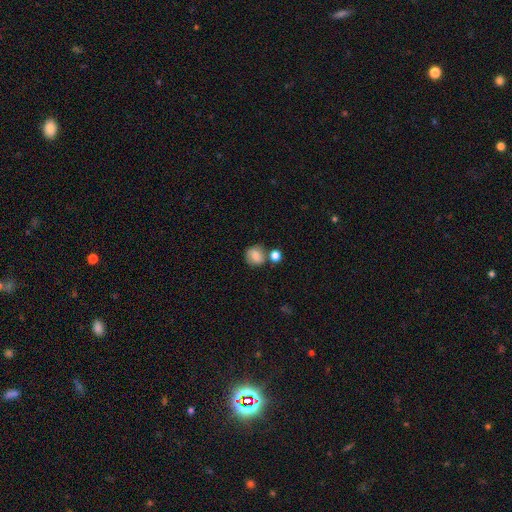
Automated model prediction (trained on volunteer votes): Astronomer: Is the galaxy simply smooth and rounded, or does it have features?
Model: smooth — 73%.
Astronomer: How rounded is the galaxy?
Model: round — 81%.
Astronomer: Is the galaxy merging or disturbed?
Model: none — 63%.